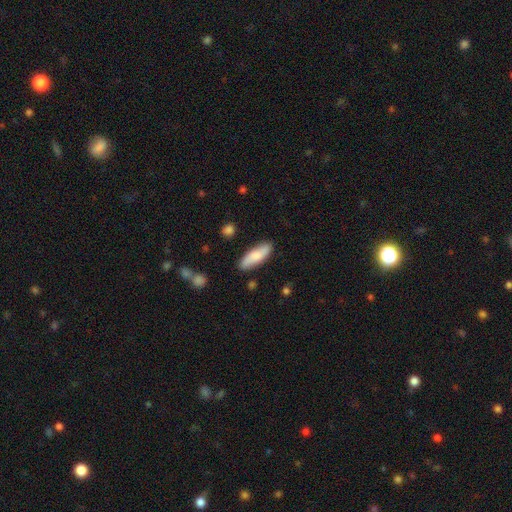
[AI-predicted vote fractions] Smooth or featured?
  - smooth: 69% *
  - featured or disk: 25%
  - star or artifact: 6%
How rounded?
  - in between: 56% *
  - cigar-shaped: 42%
  - round: 3%
Merging?
  - none: 84% *
  - minor disturbance: 11%
  - major disturbance: 2%
  - merger: 2%